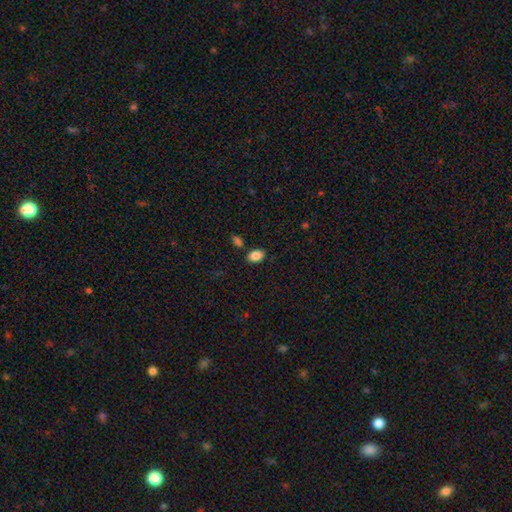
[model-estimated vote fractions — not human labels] Morphology: type=smooth (87%); roundness=in between (84%); merging=none (82%).